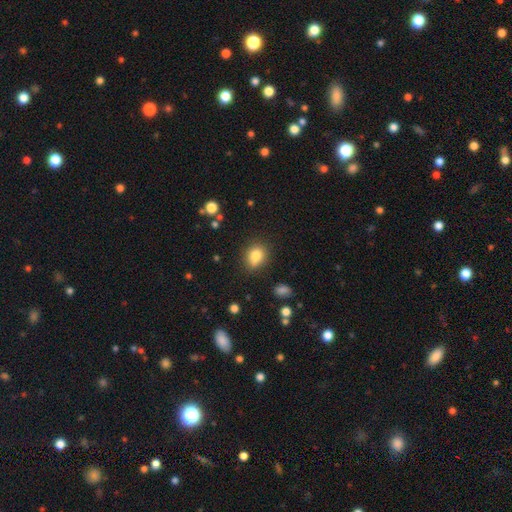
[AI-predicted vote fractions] Morphology: type=smooth (82%); roundness=in between (53%); merging=none (74%).